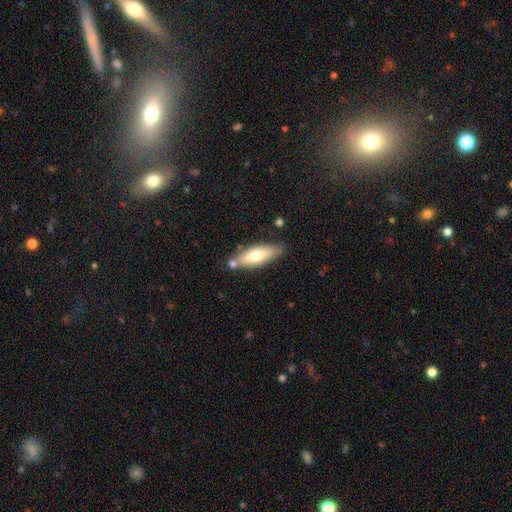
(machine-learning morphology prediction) Overall: smooth (69%). How rounded: in between (50%; cigar-shaped 48%). Merging: none (74%).